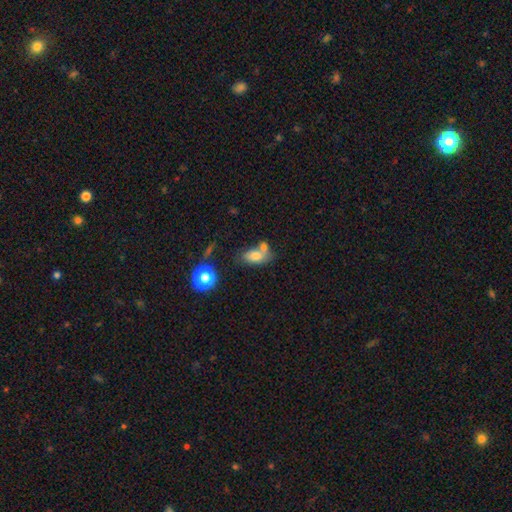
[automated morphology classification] A smooth galaxy with no disk features (73%) that is in between round and cigar-shaped (85%). Merging: merger (40%).